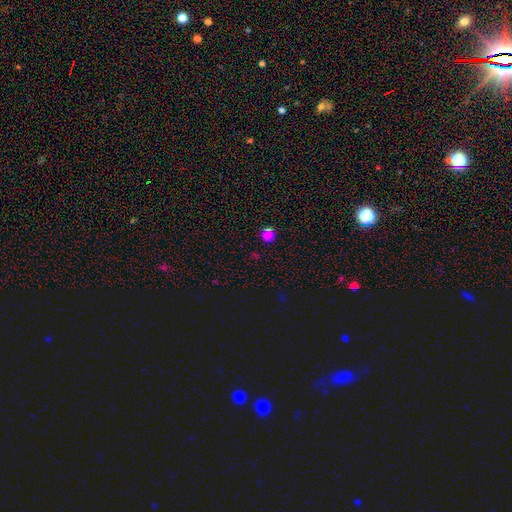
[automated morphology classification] Smooth or featured?
  - smooth: 56% *
  - star or artifact: 38%
  - featured or disk: 6%
How rounded?
  - round: 91% *
  - in between: 8%
  - cigar-shaped: 1%
Merging?
  - none: 83% *
  - minor disturbance: 8%
  - merger: 6%
  - major disturbance: 3%